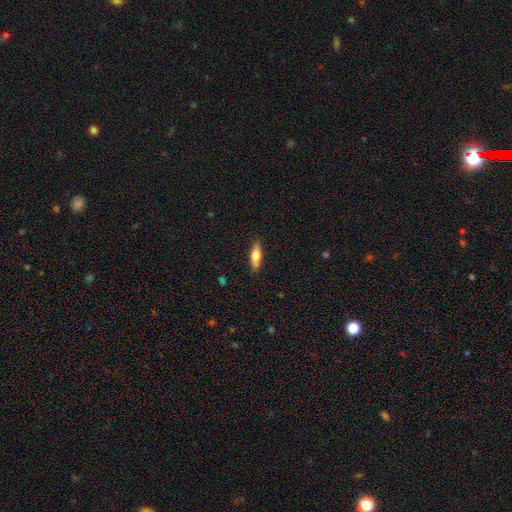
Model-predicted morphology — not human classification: Smooth or featured: smooth — 62% (featured or disk — 32%)
How rounded: in between — 50% (cigar-shaped — 48%)
Merging: none — 84% (minor disturbance — 12%)